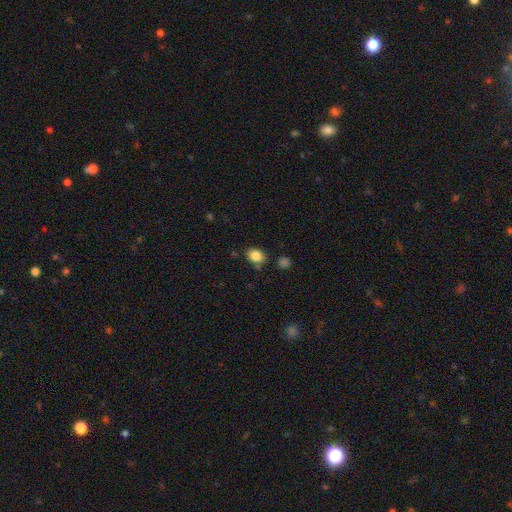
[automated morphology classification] smooth 84%, star or artifact 10%, featured or disk 6%. Down the decision tree: how rounded — in between (50%); merging — none (78%).